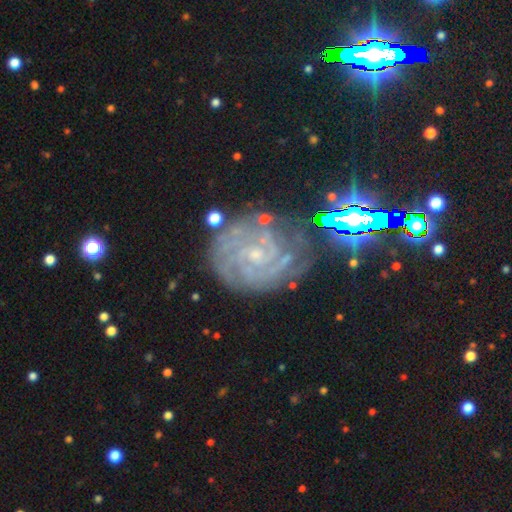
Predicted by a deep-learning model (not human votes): The model was most divided on "spiral arm count": can't tell: 28%, 3: 20%, 2: 19%, 4: 17%, more than 4: 9%, 1: 7%. More confident: edge-on disk — no (97%); spiral arms — yes (96%); smooth or featured — featured or disk (81%); bulge size — small (78%); spiral winding — tight (78%); merging — none (73%); bar — no (66%).